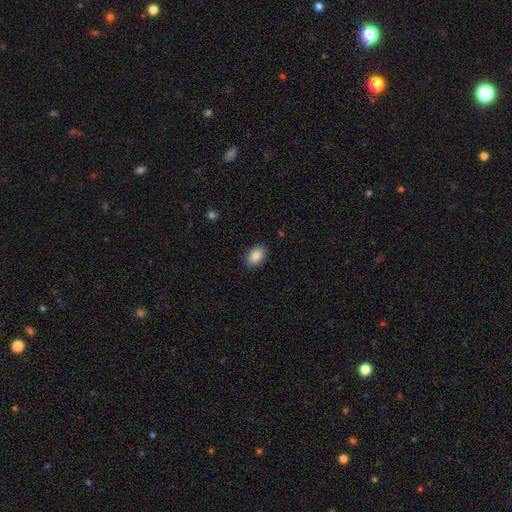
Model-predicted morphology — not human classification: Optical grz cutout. It shows a smooth galaxy with no disk features (87%) that is in between round and cigar-shaped (86%). Merging: none (88%).